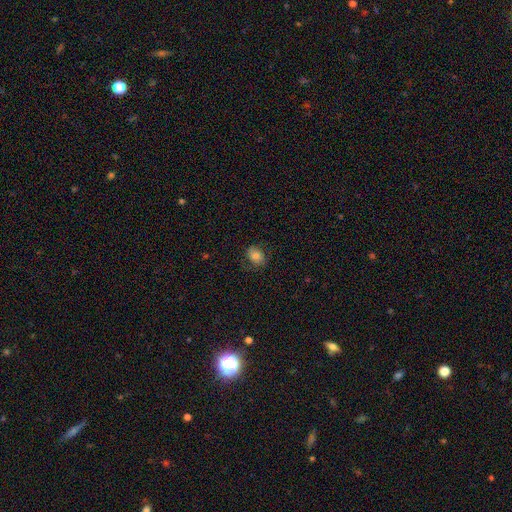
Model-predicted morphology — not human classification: This appears to be a smooth galaxy with no disk features (73%) that is in between round and cigar-shaped (59%). Merging: none (72%).